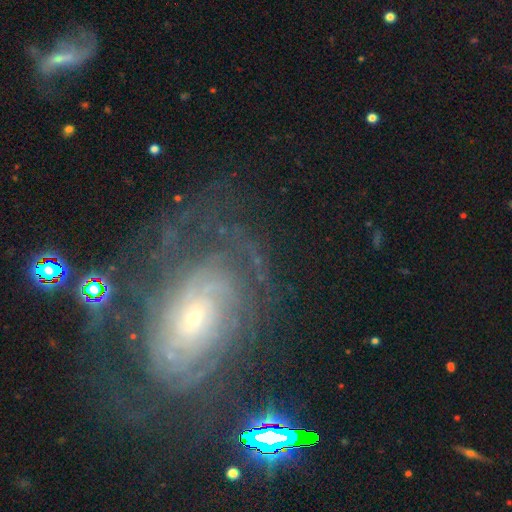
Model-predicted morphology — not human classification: The model was most divided on "spiral arm count": can't tell: 50%, 2: 13%, 3: 10%, more than 4: 10%, 4: 10%, 1: 6%. More confident: edge-on disk — no (95%); spiral arms — yes (89%); bulge size — small (79%); smooth or featured — featured or disk (78%); bar — no (74%); spiral winding — tight (73%); merging — none (65%).